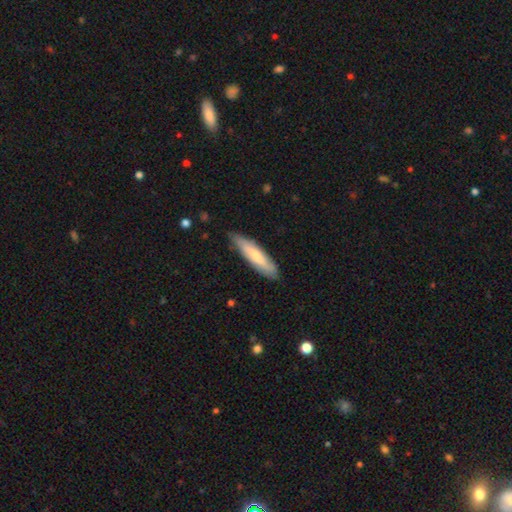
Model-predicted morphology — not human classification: type=smooth (63%); roundness=cigar-shaped (74%); merging=none (79%).